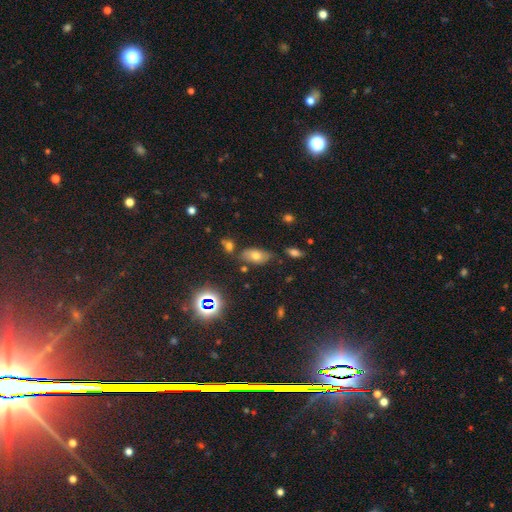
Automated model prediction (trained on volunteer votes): Smooth or featured: smooth — 60% (featured or disk — 20%)
How rounded: in between — 88% (round — 7%)
Merging: none — 71% (minor disturbance — 17%)